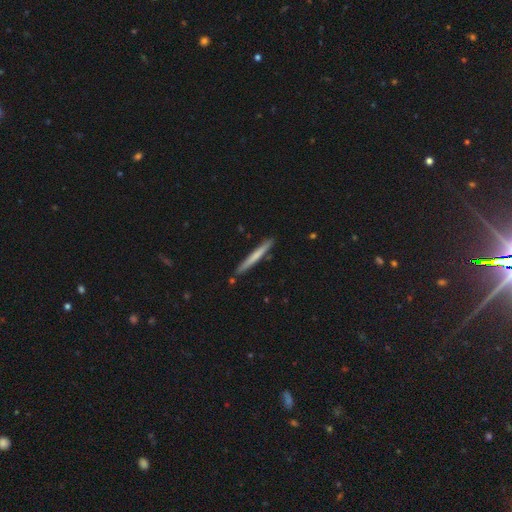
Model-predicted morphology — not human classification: The model was most divided on "smooth or featured": smooth: 60%, featured or disk: 35%, star or artifact: 5%. More confident: how rounded — cigar-shaped (97%); merging — none (87%).